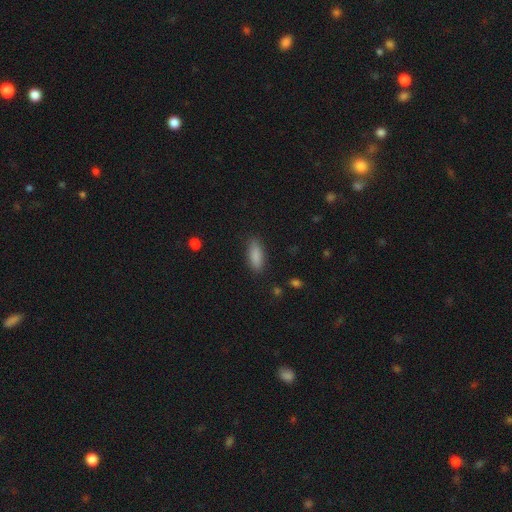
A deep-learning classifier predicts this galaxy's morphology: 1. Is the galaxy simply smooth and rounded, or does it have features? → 87% smooth, 7% star or artifact, 6% featured or disk.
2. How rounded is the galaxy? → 70% in between, 28% cigar-shaped, 2% round.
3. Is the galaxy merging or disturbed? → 85% none, 11% minor disturbance, 3% major disturbance, 1% merger.